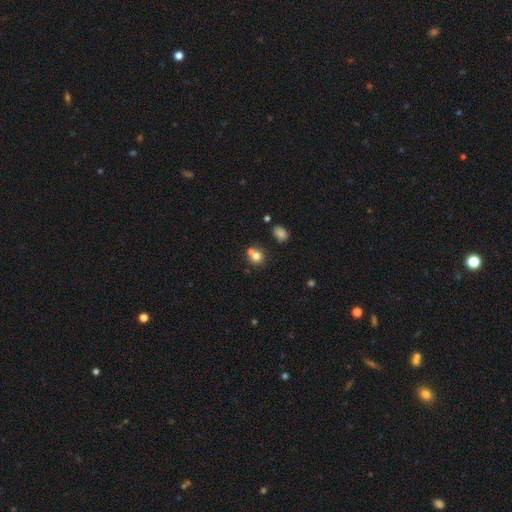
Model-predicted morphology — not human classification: smooth 76%, star or artifact 12%, featured or disk 12%. Down the decision tree: how rounded — round (81%); merging — none (48%).